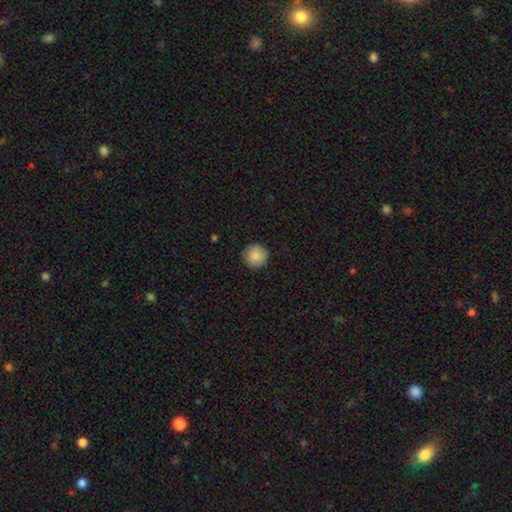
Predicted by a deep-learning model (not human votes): This appears to be a smooth galaxy with no disk features (88%) that is round (96%). Merging: none (91%).